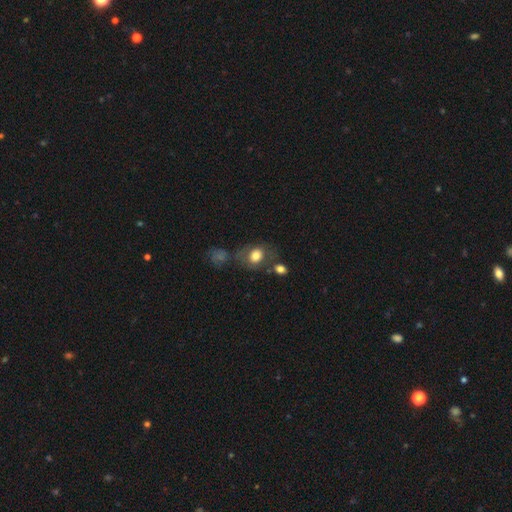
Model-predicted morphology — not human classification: smooth 75%, featured or disk 16%, star or artifact 9%. Down the decision tree: how rounded — in between (51%); merging — none (55%).